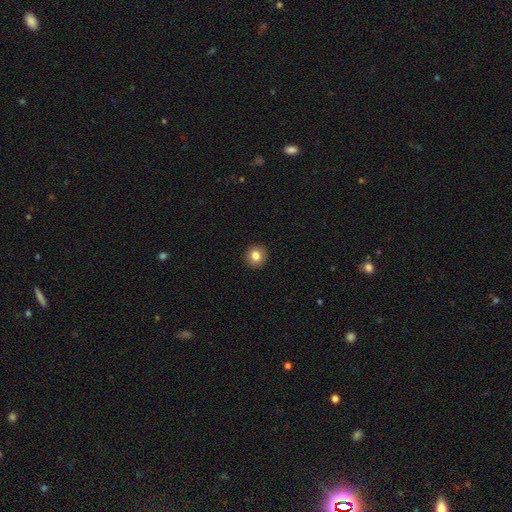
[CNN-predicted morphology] smooth_or_featured: smooth (p=0.82) [alt: star or artifact p=0.10]
how_rounded: round (p=0.88) [alt: in between p=0.11]
merging: none (p=0.92) [alt: minor disturbance p=0.05]